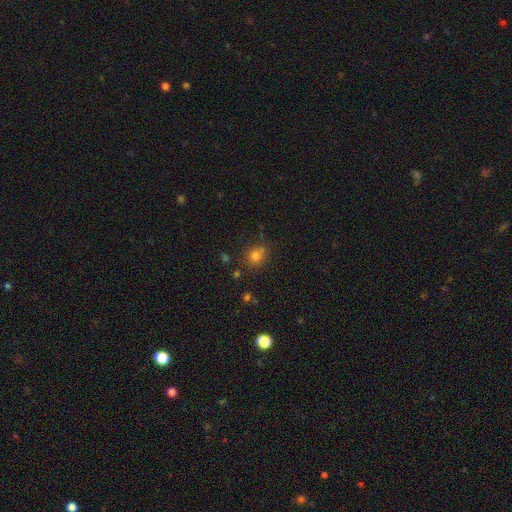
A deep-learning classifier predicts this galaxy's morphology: Overall: smooth (76%). How rounded: round (67%; in between 32%). Merging: none (61%).